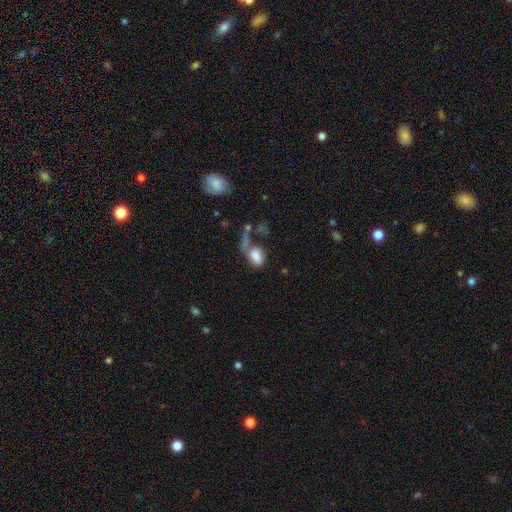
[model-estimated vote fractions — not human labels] smooth_or_featured: smooth (p=0.70) [alt: featured or disk p=0.20]
how_rounded: in between (p=0.86) [alt: round p=0.12]
merging: major disturbance (p=0.36) [alt: merger p=0.28]